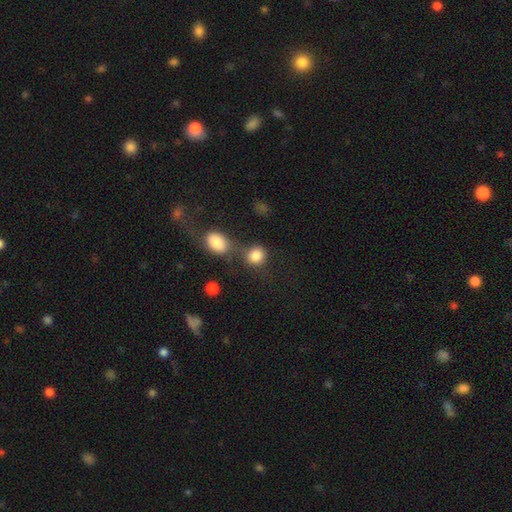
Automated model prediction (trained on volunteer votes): A smooth galaxy with no disk features (85%) that is round (75%).

Vote fractions:
- Smooth or featured? smooth: 85% / star or artifact: 9% / featured or disk: 6%
- How rounded? round: 75% / in between: 24% / cigar-shaped: 1%
- Merging? none: 50% / merger: 30% / minor disturbance: 12% / major disturbance: 7%